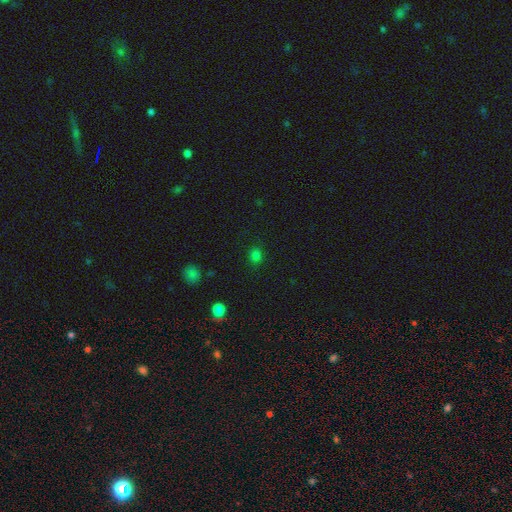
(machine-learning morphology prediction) smooth 77%, star or artifact 19%, featured or disk 4%. Down the decision tree: how rounded — round (71%); merging — none (87%).